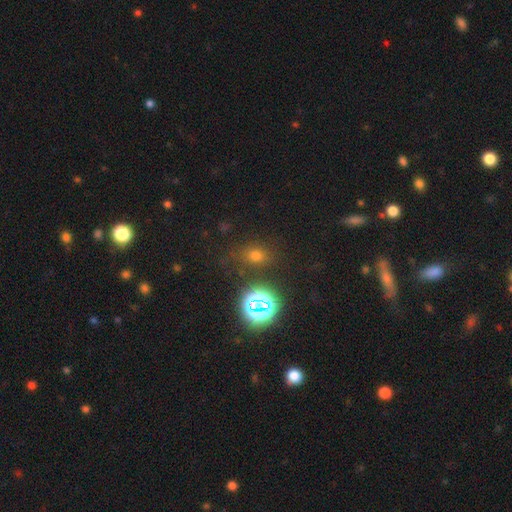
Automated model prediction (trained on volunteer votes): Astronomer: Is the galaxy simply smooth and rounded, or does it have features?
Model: smooth — 61%.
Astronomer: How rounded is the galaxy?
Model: in between — 53% (runner-up: round, 45%).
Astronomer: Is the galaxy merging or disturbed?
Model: none — 76%.